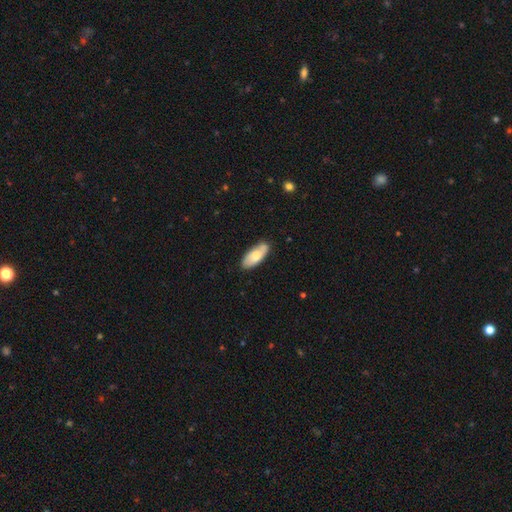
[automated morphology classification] smooth_or_featured: smooth (p=0.73) [alt: featured or disk p=0.22]
how_rounded: in between (p=0.81) [alt: cigar-shaped p=0.18]
merging: none (p=0.79) [alt: minor disturbance p=0.17]